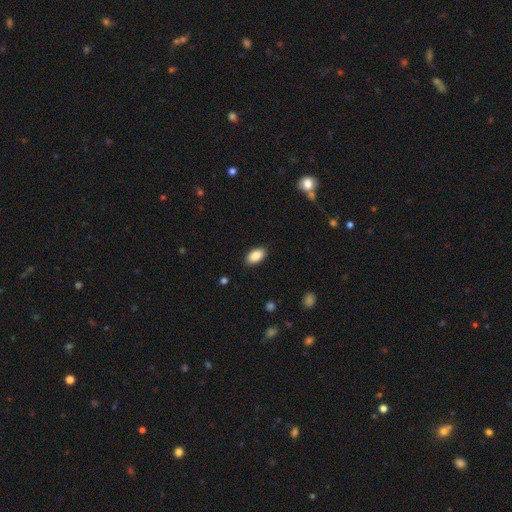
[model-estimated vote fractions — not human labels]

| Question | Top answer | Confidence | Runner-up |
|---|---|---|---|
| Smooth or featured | smooth | 88% | star or artifact (7%) |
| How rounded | in between | 93% | round (5%) |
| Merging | none | 88% | minor disturbance (9%) |